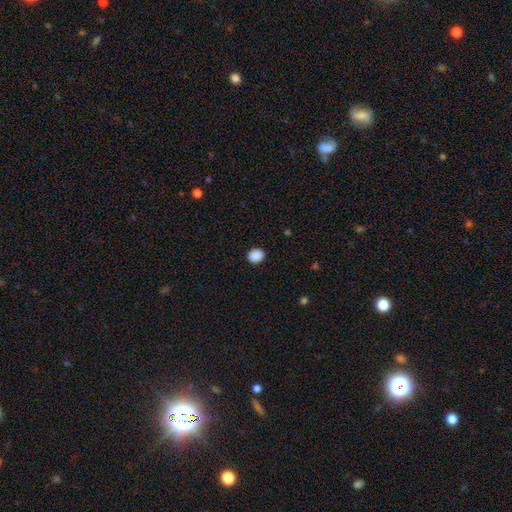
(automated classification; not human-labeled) Smooth or featured?
  - smooth: 89% *
  - star or artifact: 9%
  - featured or disk: 2%
How rounded?
  - round: 62% *
  - in between: 37%
  - cigar-shaped: 1%
Merging?
  - none: 91% *
  - minor disturbance: 7%
  - major disturbance: 2%
  - merger: 1%